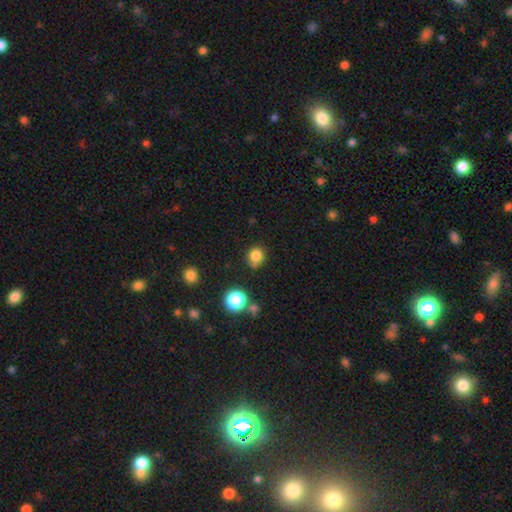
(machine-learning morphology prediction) The model was most divided on "merging": none: 67%, minor disturbance: 21%, merger: 7%, major disturbance: 5%. More confident: smooth or featured — smooth (81%); how rounded — round (77%).